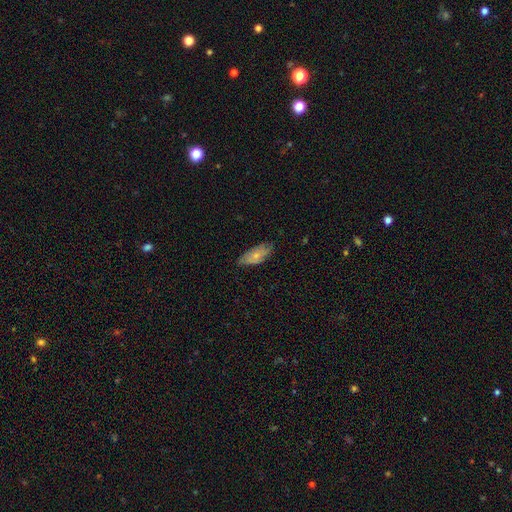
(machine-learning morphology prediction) Q: Smooth or featured?
A: smooth (61%); runner-up: featured or disk (33%)
Q: How rounded?
A: in between (84%); runner-up: cigar-shaped (13%)
Q: Merging?
A: none (72%); runner-up: minor disturbance (23%)